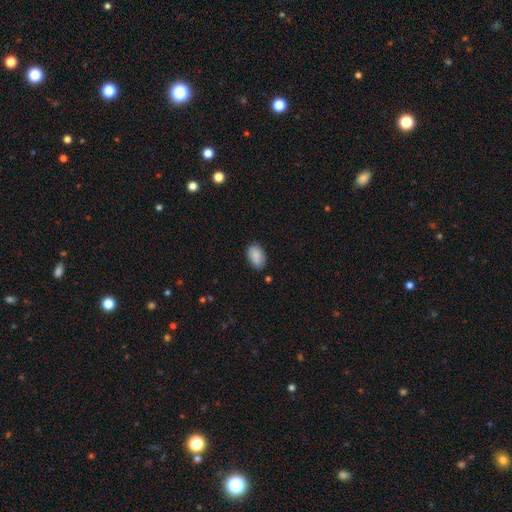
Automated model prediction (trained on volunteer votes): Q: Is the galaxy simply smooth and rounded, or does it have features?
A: smooth — 88%.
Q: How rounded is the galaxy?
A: in between — 93%.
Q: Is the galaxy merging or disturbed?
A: none — 80%.